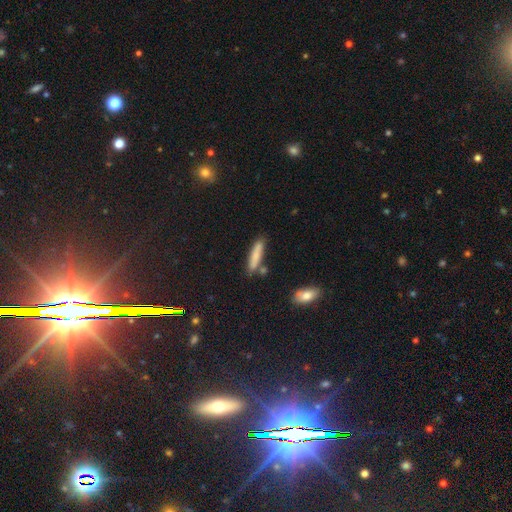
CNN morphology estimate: Smooth or featured: smooth — 78% (featured or disk — 15%)
How rounded: cigar-shaped — 83% (in between — 15%)
Merging: none — 74% (minor disturbance — 14%)